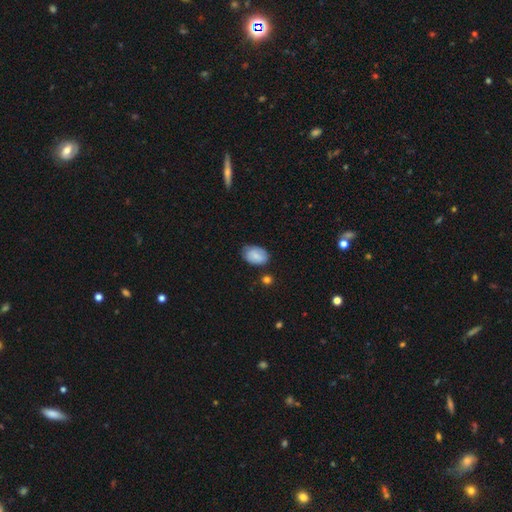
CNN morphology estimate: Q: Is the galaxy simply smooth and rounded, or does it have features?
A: smooth — 80%.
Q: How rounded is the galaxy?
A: in between — 87%.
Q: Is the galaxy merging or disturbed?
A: none — 67%.